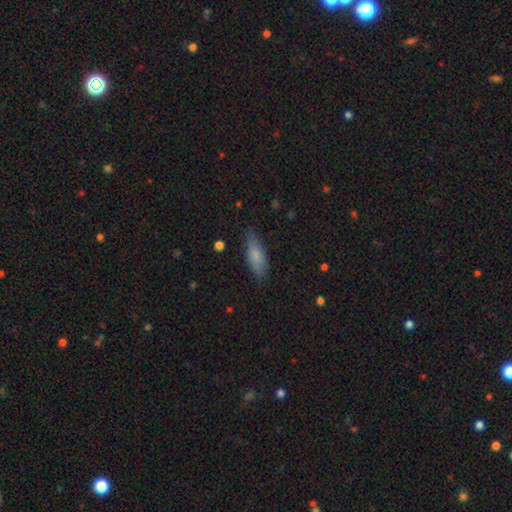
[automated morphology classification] A smooth galaxy with no disk features (78%) that is in between round and cigar-shaped (58%). Merging: none (80%).